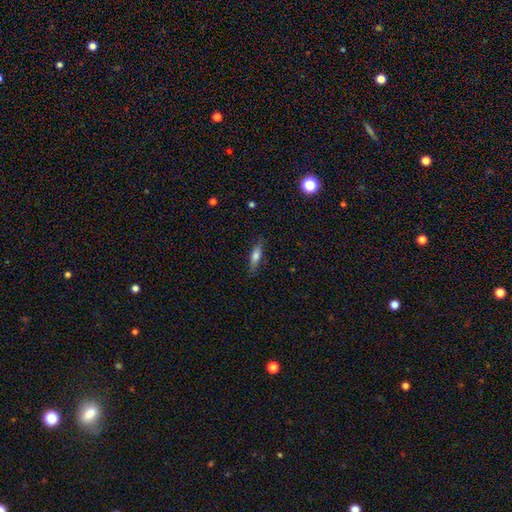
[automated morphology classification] Smooth or featured? Predicted: smooth (p=0.70). How rounded? Predicted: cigar-shaped (p=0.50). Merging? Predicted: none (p=0.80).